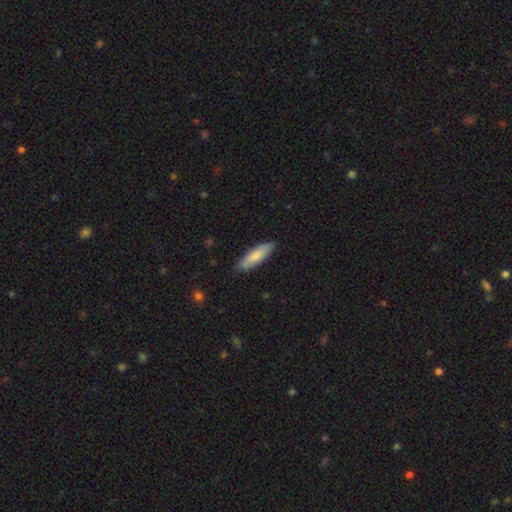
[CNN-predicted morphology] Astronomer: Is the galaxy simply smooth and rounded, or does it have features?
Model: smooth — 76%.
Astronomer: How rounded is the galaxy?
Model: cigar-shaped — 53% (runner-up: in between, 46%).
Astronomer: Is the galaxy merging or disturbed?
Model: none — 83%.